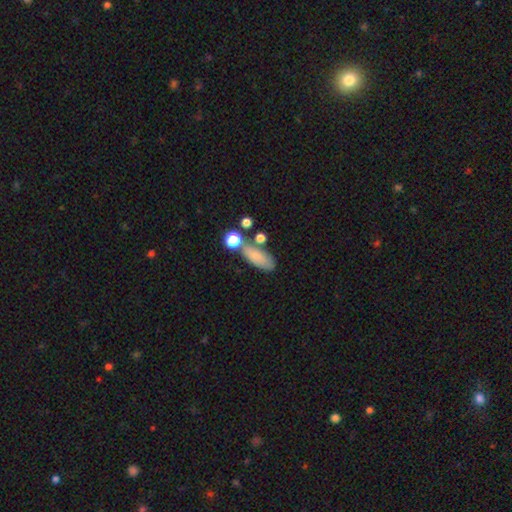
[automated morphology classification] smooth_or_featured: smooth (p=0.75) [alt: featured or disk p=0.15]
how_rounded: in between (p=0.76) [alt: cigar-shaped p=0.19]
merging: none (p=0.53) [alt: merger p=0.21]